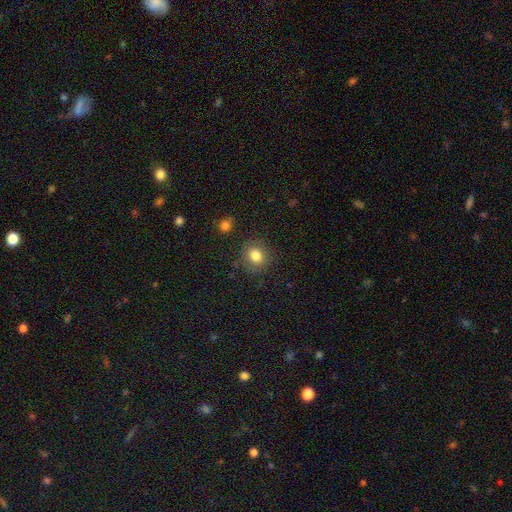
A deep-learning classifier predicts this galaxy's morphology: Q: Smooth or featured?
A: smooth (82%); runner-up: star or artifact (11%)
Q: How rounded?
A: round (76%); runner-up: in between (23%)
Q: Merging?
A: none (84%); runner-up: minor disturbance (10%)